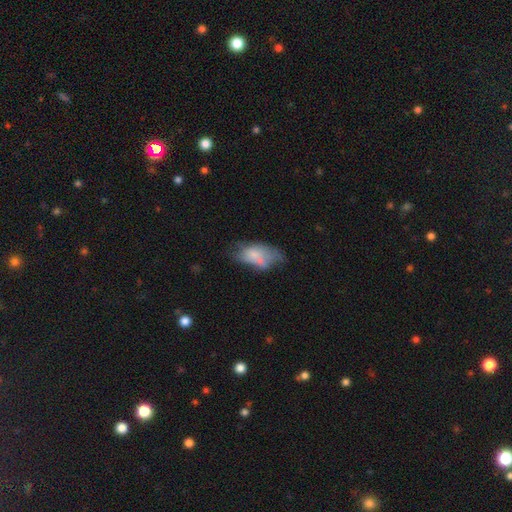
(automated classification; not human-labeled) Smooth or featured?
  - smooth: 61% *
  - featured or disk: 31%
  - star or artifact: 8%
How rounded?
  - in between: 92% *
  - round: 5%
  - cigar-shaped: 4%
Merging?
  - none: 30% *
  - minor disturbance: 29%
  - major disturbance: 24%
  - merger: 17%